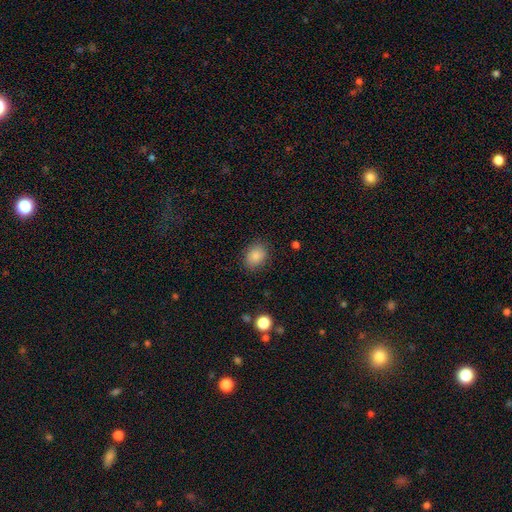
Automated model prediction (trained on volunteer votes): A smooth galaxy with no disk features (87%) that is in between round and cigar-shaped (58%).

Vote fractions:
- Smooth or featured? smooth: 87% / star or artifact: 9% / featured or disk: 5%
- How rounded? in between: 58% / round: 41% / cigar-shaped: 1%
- Merging? none: 85% / minor disturbance: 11% / major disturbance: 3% / merger: 1%